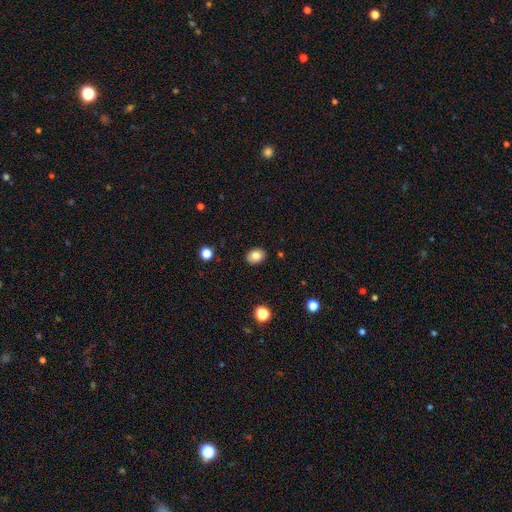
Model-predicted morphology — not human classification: smooth 82%, star or artifact 10%, featured or disk 8%. Down the decision tree: how rounded — in between (57%); merging — none (89%).